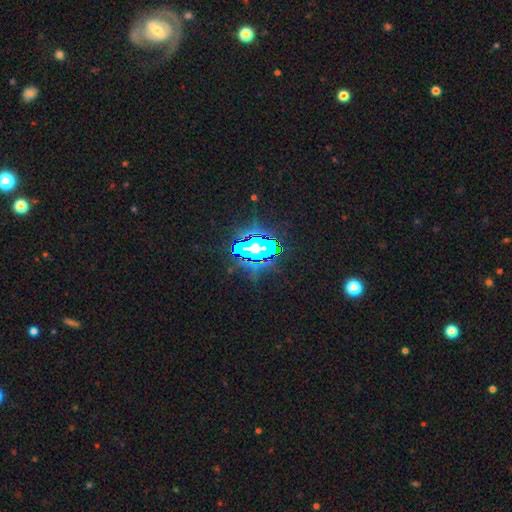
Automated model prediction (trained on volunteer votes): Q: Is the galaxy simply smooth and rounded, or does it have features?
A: star or artifact — 81%.